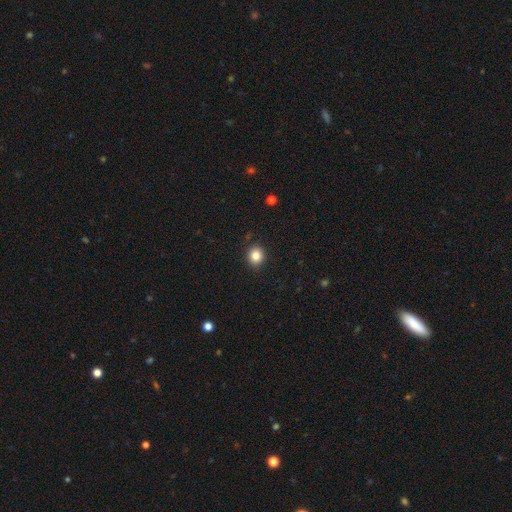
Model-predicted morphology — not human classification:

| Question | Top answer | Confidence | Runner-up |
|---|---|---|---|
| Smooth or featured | smooth | 83% | star or artifact (11%) |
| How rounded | round | 84% | in between (15%) |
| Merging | none | 90% | minor disturbance (7%) |